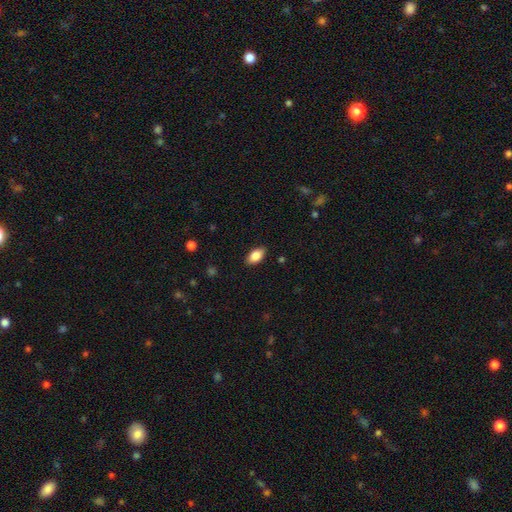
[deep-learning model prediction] Q: Smooth or featured?
A: smooth (84%); runner-up: featured or disk (9%)
Q: How rounded?
A: in between (92%); runner-up: round (5%)
Q: Merging?
A: none (87%); runner-up: minor disturbance (10%)